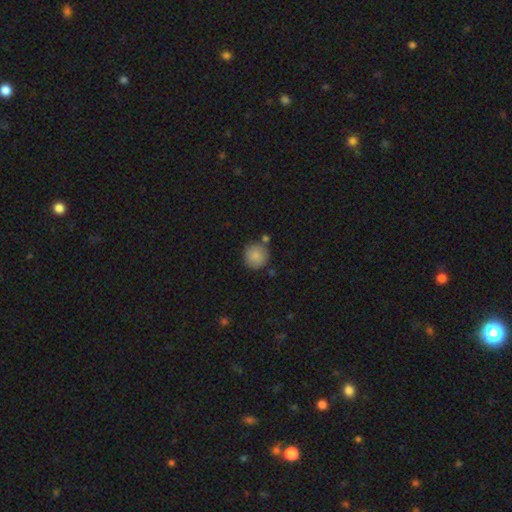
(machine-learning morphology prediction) This appears to be a smooth galaxy with no disk features (86%) that is round (92%). Merging: none (76%).